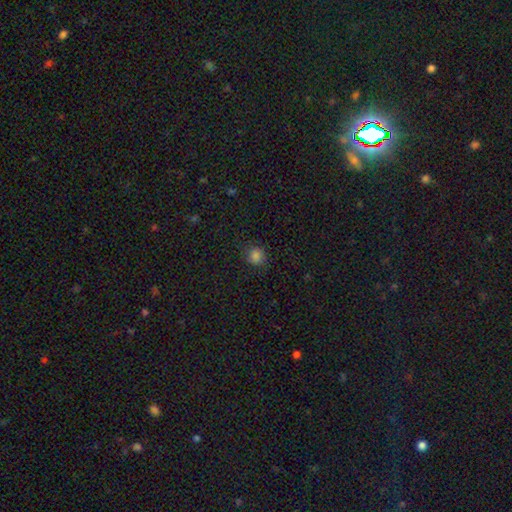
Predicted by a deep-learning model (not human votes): Overall: smooth (79%). How rounded: round (82%). Merging: none (80%).